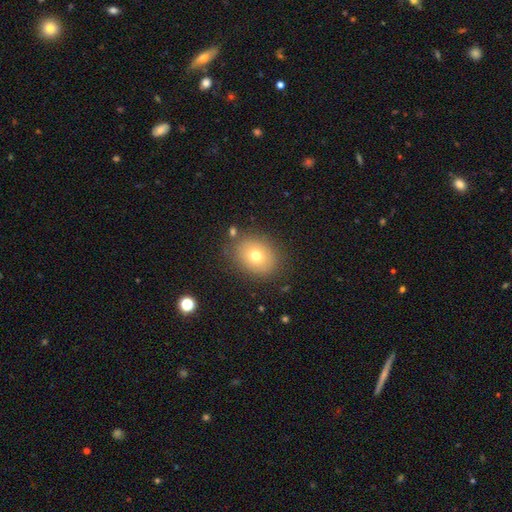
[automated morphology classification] A smooth galaxy with no disk features (73%) that is in between round and cigar-shaped (52%).

Vote fractions:
- Smooth or featured? smooth: 73% / featured or disk: 16% / star or artifact: 11%
- How rounded? in between: 52% / round: 47% / cigar-shaped: 1%
- Merging? none: 82% / minor disturbance: 12% / major disturbance: 4% / merger: 3%